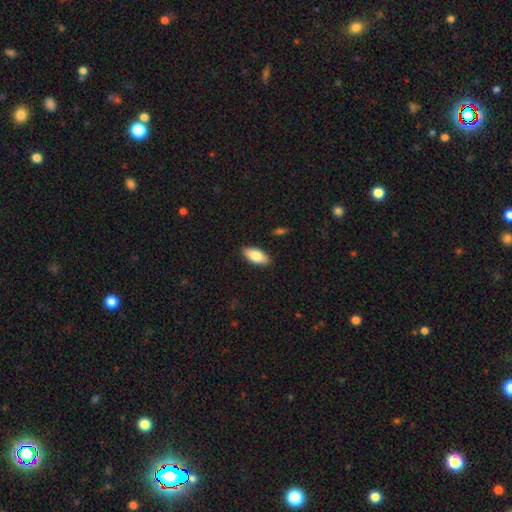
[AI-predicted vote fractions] This appears to be a smooth galaxy with no disk features (82%) that is in between round and cigar-shaped (90%). Merging: none (89%).